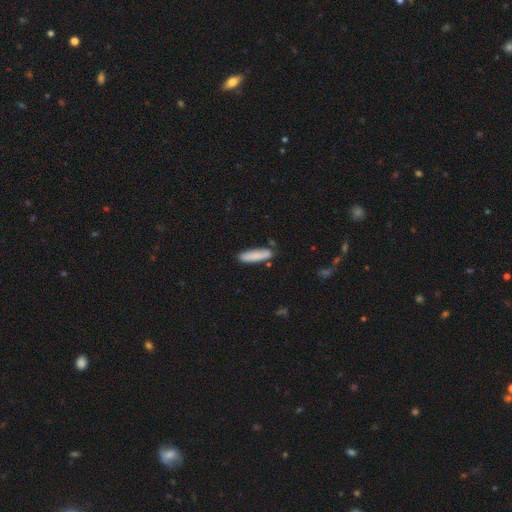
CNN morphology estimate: Smooth or featured? Predicted: smooth (p=0.84). How rounded? Predicted: cigar-shaped (p=0.70). Merging? Predicted: none (p=0.80).